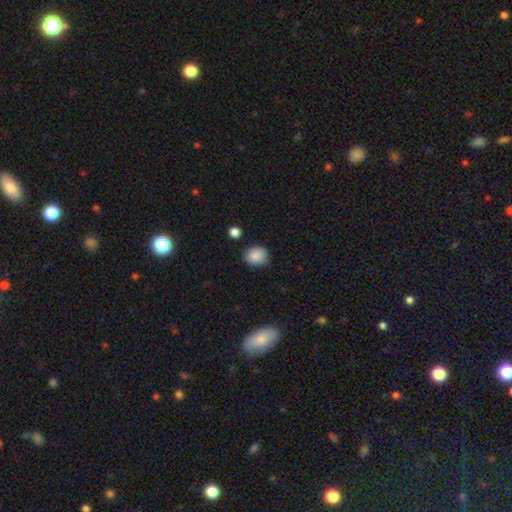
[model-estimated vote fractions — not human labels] This is clearly a smooth galaxy (87%). How rounded: possibly round (57%). Merging: likely none (78%).